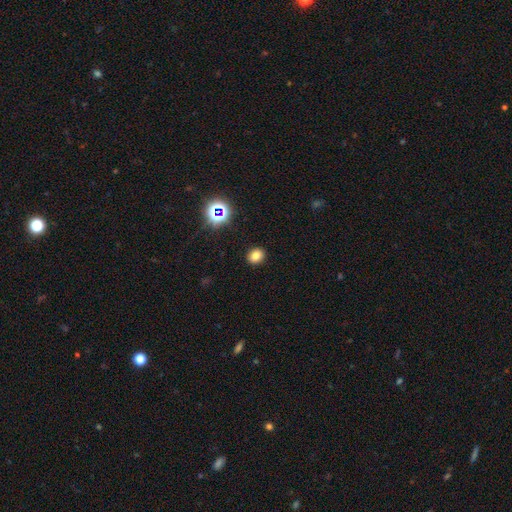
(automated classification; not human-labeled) Morphology: type=smooth (76%); roundness=round (57%); merging=none (90%).